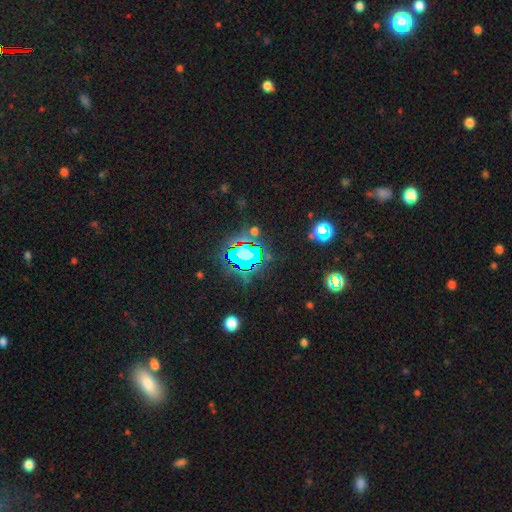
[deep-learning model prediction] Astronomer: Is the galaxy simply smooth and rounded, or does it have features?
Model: star or artifact — 79%.